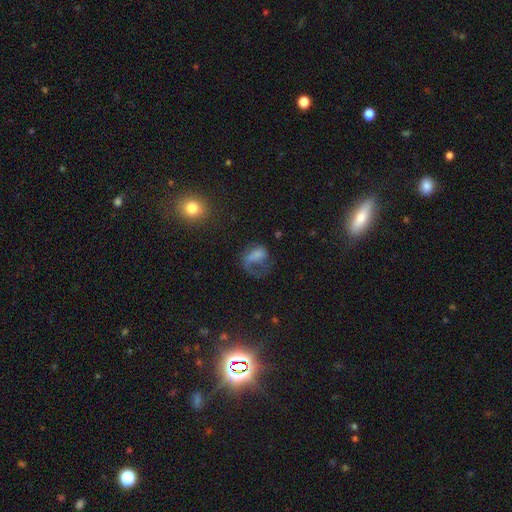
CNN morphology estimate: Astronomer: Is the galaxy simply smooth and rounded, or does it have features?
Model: smooth — 48% (runner-up: featured or disk, 38%).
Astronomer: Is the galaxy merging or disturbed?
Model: major disturbance — 56%.